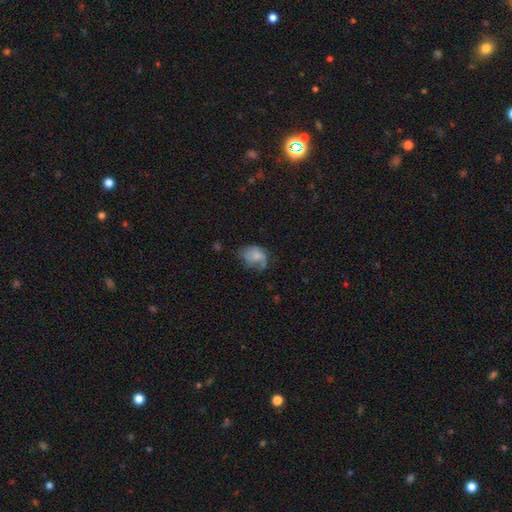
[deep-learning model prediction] A smooth galaxy with no disk features (50%) that is in between round and cigar-shaped (61%).

Vote fractions:
- Smooth or featured? smooth: 50% / featured or disk: 40% / star or artifact: 9%
- How rounded? in between: 61% / round: 38% / cigar-shaped: 1%
- Merging? none: 38% / minor disturbance: 31% / major disturbance: 28% / merger: 3%